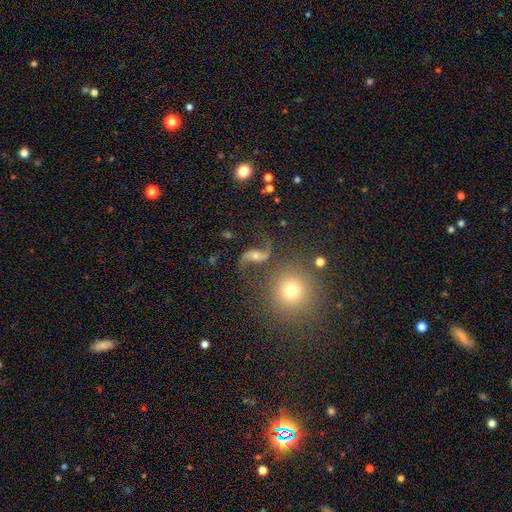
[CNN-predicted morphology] type=featured or disk (79%); edge-on=no (96%); bar=no (46%); spiral arms=yes (95%); winding=loose (85%); arm count=2 (93%); bulge=moderate (45%); merging=none (69%).